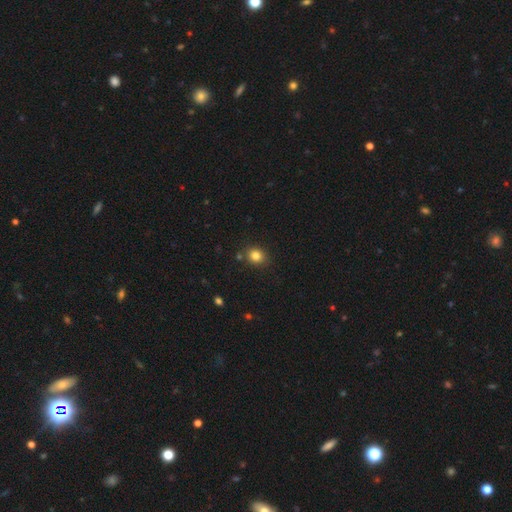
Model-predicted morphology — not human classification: smooth_or_featured: smooth (p=0.83) [alt: star or artifact p=0.11]
how_rounded: round (p=0.65) [alt: in between p=0.34]
merging: none (p=0.83) [alt: minor disturbance p=0.10]